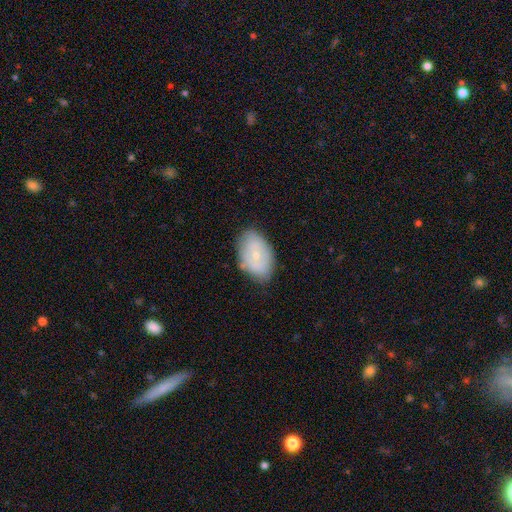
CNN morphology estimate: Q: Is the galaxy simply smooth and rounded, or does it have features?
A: smooth — 59%.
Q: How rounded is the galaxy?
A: in between — 89%.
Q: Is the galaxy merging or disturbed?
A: none — 76%.